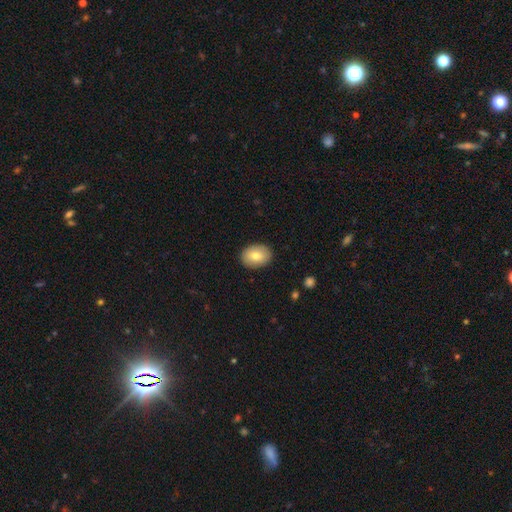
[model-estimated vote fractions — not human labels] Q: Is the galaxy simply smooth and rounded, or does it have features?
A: smooth — 77%.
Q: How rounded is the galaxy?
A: in between — 69%.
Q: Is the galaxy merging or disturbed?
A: none — 89%.